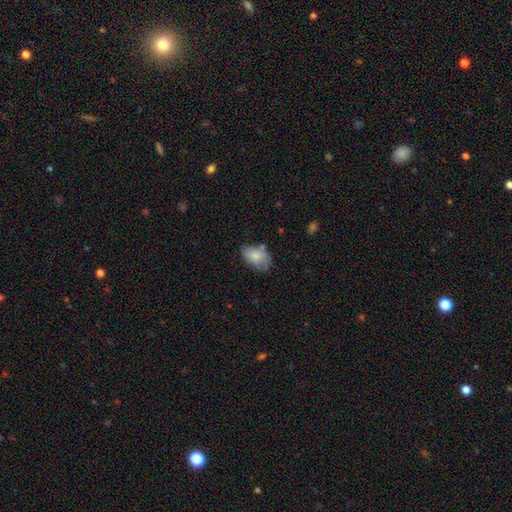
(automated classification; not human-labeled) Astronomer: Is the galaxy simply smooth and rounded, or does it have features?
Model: smooth — 77%.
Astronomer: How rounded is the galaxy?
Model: in between — 89%.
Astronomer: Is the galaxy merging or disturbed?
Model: none — 52% (runner-up: minor disturbance, 32%).